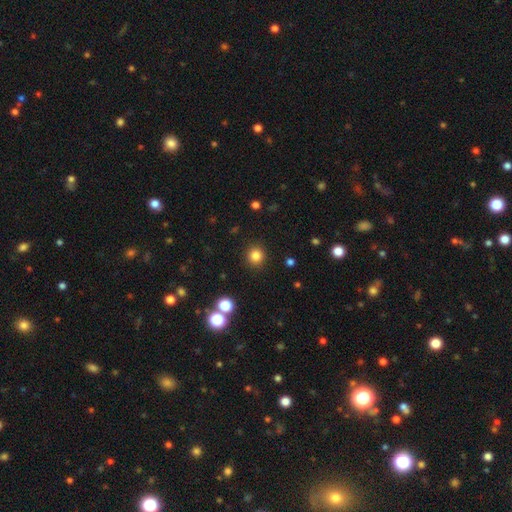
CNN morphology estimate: Smooth or featured?
  - smooth: 82% *
  - star or artifact: 13%
  - featured or disk: 5%
How rounded?
  - round: 93% *
  - in between: 6%
  - cigar-shaped: 1%
Merging?
  - none: 91% *
  - minor disturbance: 5%
  - major disturbance: 2%
  - merger: 2%